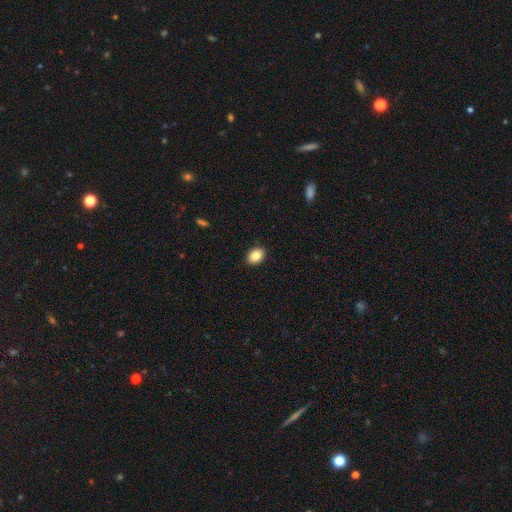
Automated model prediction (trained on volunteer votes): Smooth or featured?
  - smooth: 84% *
  - star or artifact: 8%
  - featured or disk: 7%
How rounded?
  - in between: 71% *
  - round: 28%
  - cigar-shaped: 1%
Merging?
  - none: 90% *
  - minor disturbance: 7%
  - major disturbance: 2%
  - merger: 1%